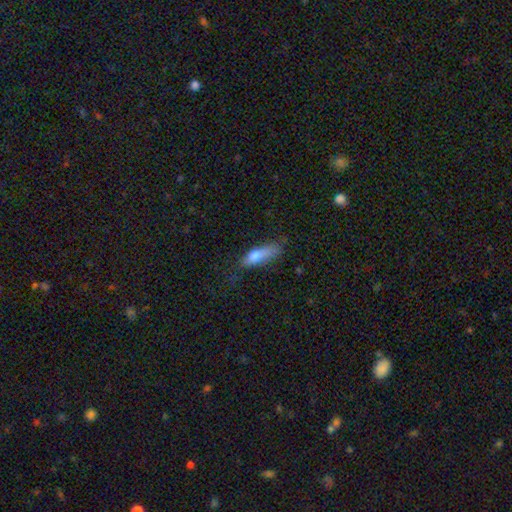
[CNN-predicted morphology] Smooth or featured: smooth — 71% (featured or disk — 21%)
How rounded: cigar-shaped — 54% (in between — 43%)
Merging: none — 51% (minor disturbance — 32%)